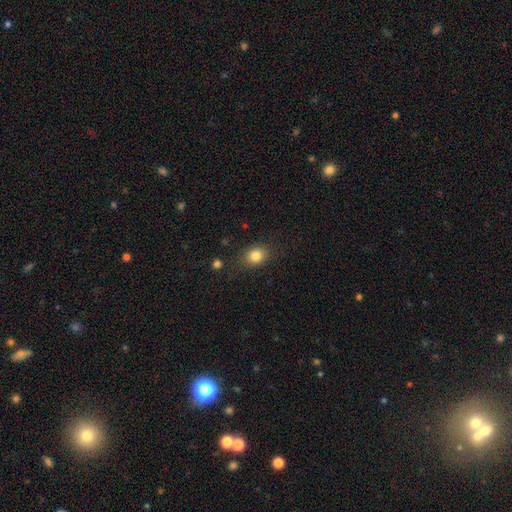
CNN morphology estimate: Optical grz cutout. It shows a smooth galaxy with no disk features (83%) that is round (52%). Merging: none (80%).